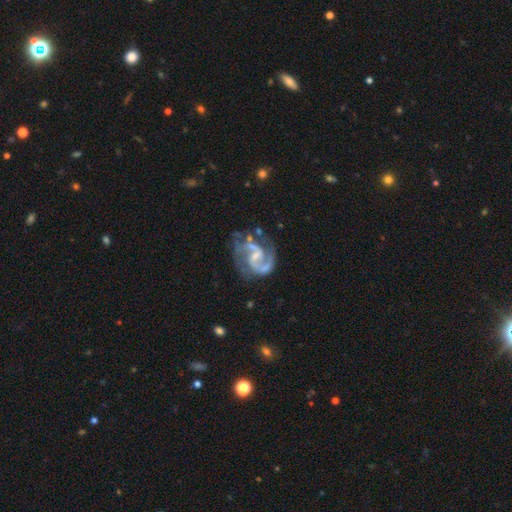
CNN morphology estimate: This is clearly a featured or disk galaxy (91%). It is clearly not viewed edge-on (98%). Bar: possibly weak (55%). Spiral arm pattern: clearly yes (97%). Spiral arm count: clearly 2 (89%). Spiral winding: likely medium (60%). Central bulge: possibly small (49%). Merging: likely none (61%).